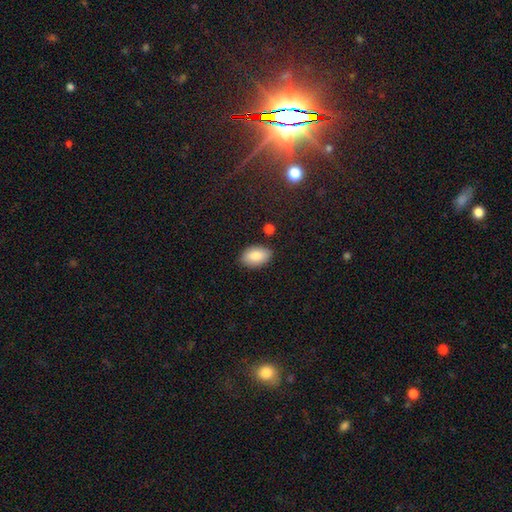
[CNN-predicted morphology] Smooth or featured?
  - smooth: 83% *
  - featured or disk: 10%
  - star or artifact: 7%
How rounded?
  - in between: 91% *
  - round: 8%
  - cigar-shaped: 1%
Merging?
  - none: 85% *
  - minor disturbance: 11%
  - major disturbance: 2%
  - merger: 2%